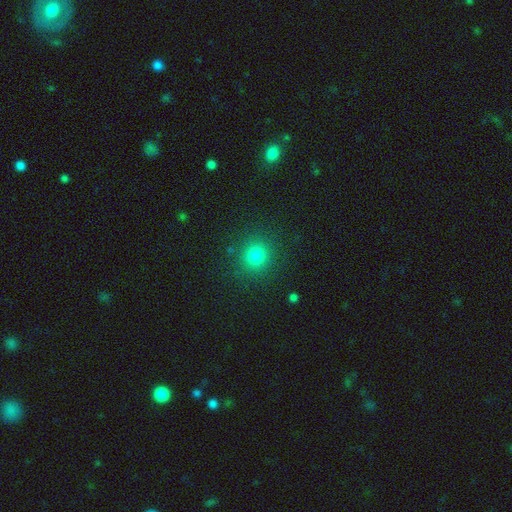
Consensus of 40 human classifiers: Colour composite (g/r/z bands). It shows a smooth galaxy with no disk features (82%) that is round (88%). Merging: none (91%).